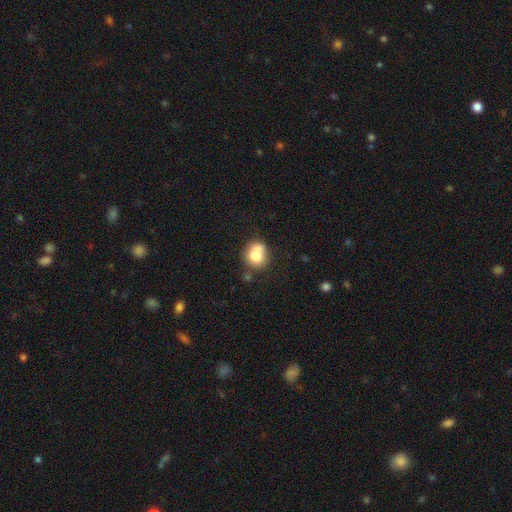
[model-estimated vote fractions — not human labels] Overall: smooth (74%). How rounded: round (76%). Merging: none (43%; merger 33%).